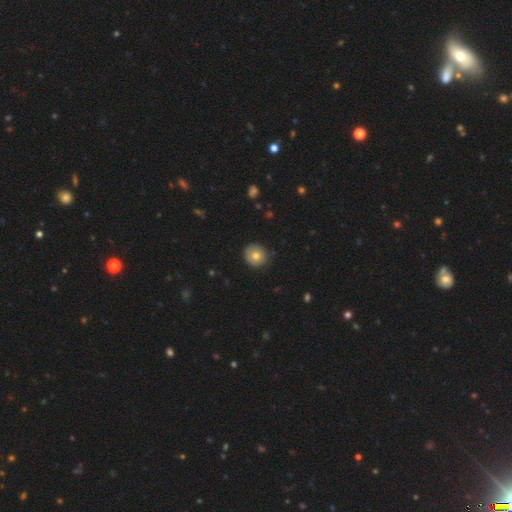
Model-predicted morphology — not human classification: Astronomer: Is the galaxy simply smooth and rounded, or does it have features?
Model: smooth — 74%.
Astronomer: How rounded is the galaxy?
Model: round — 89%.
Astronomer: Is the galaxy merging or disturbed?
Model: none — 84%.